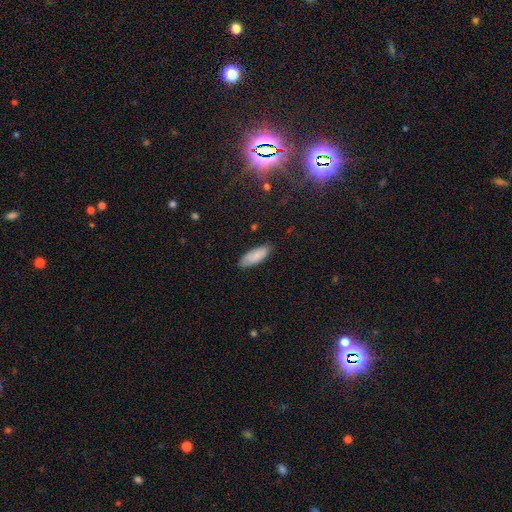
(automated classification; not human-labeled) smooth 85%, featured or disk 9%, star or artifact 6%. Down the decision tree: how rounded — in between (75%); merging — none (82%).